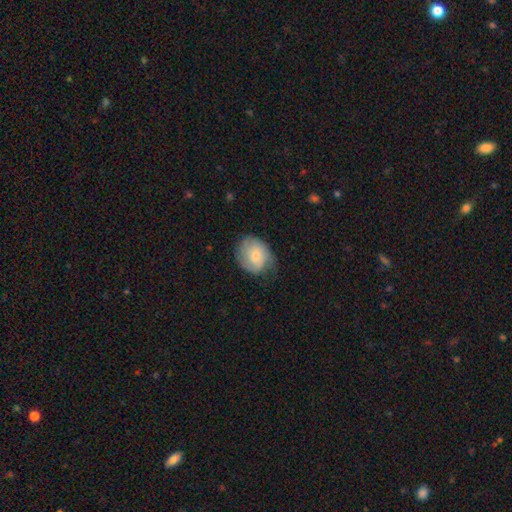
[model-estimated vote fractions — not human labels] Smooth or featured? smooth (61%)
How rounded? round (59%)
Merging? none (57%)